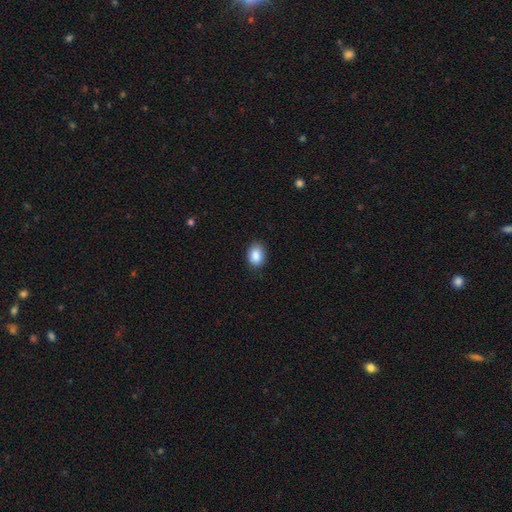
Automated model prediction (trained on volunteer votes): smooth 89%, star or artifact 8%, featured or disk 4%. Down the decision tree: how rounded — in between (76%); merging — none (85%).